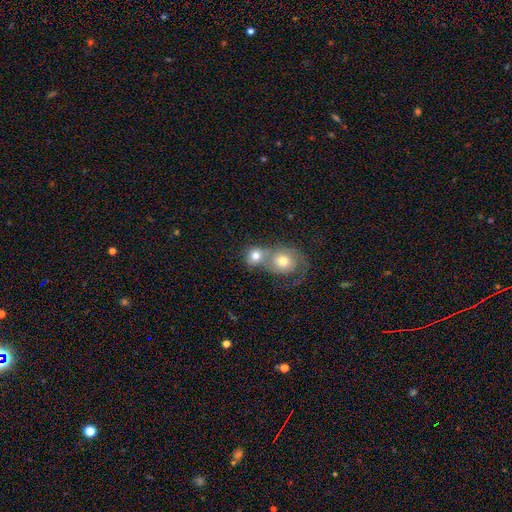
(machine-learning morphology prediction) Overall: smooth (69%). How rounded: round (74%). Merging: merger (66%).